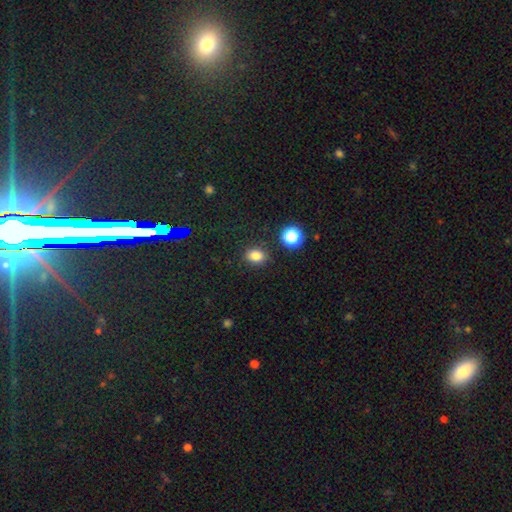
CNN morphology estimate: A smooth galaxy with no disk features (81%) that is in between round and cigar-shaped (56%). Merging: none (85%).